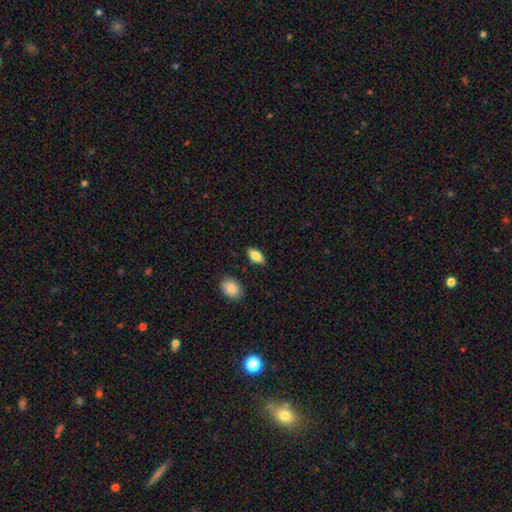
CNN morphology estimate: type=smooth (82%); roundness=in between (88%); merging=none (84%).